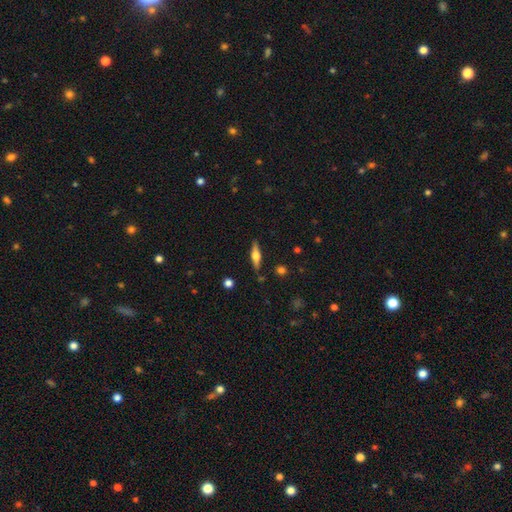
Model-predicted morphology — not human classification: A featured or disk galaxy (58%) viewed edge-on (95%) with a rounded central bulge (91%).

Vote fractions:
- Smooth or featured? featured or disk: 58% / smooth: 35% / star or artifact: 7%
- Edge-on disk? yes: 95% / no: 5%
- Edge-on bulge? rounded: 91% / boxy: 7% / none: 2%
- Merging? none: 87% / minor disturbance: 9% / major disturbance: 2% / merger: 2%